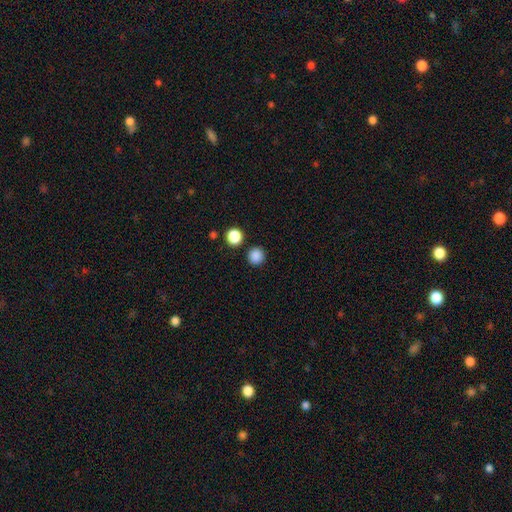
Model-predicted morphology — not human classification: This appears to be a smooth galaxy with no disk features (86%) that is round (94%). Merging: none (88%).